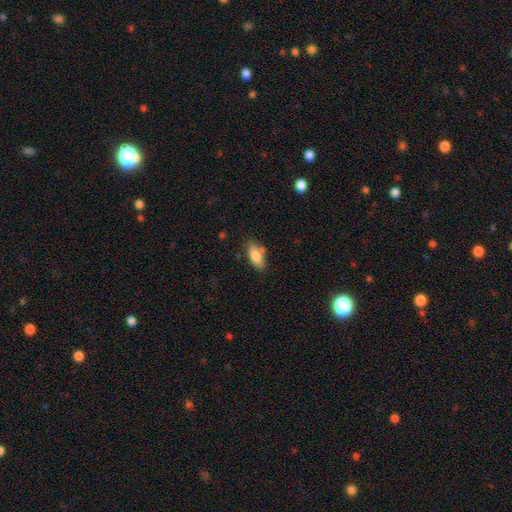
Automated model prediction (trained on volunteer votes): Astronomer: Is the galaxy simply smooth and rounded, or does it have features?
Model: smooth — 82%.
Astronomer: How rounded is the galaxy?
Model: in between — 82%.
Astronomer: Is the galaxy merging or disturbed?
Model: none — 68%.